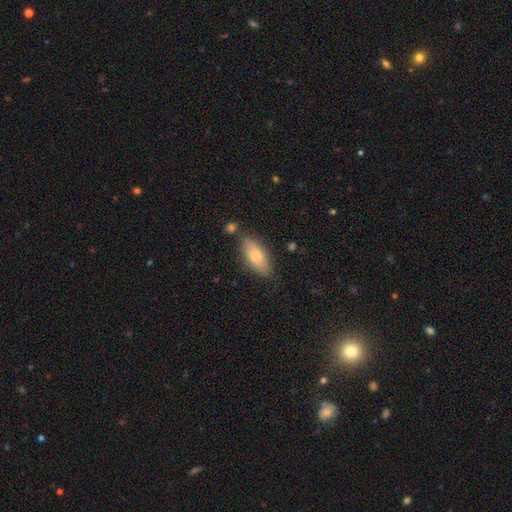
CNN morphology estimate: Q: Smooth or featured?
A: smooth (69%); runner-up: featured or disk (24%)
Q: How rounded?
A: in between (74%); runner-up: cigar-shaped (23%)
Q: Merging?
A: none (76%); runner-up: minor disturbance (16%)